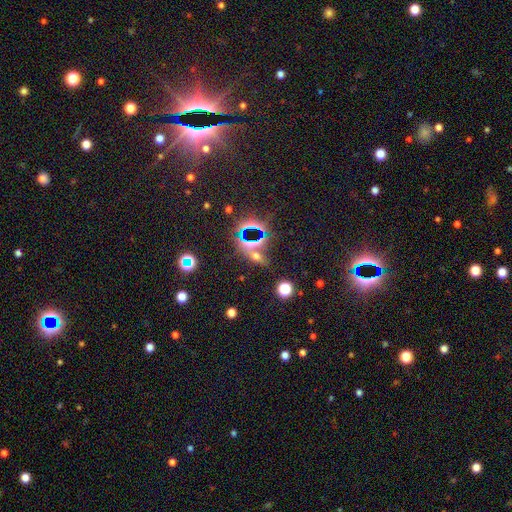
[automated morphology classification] This appears to be a star or artifact, not a galaxy (44%).